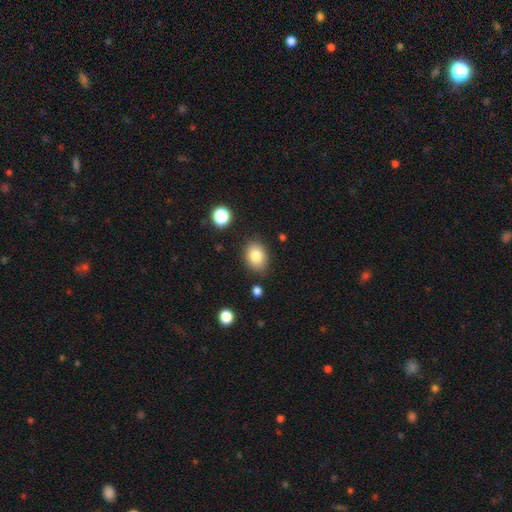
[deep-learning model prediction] Smooth or featured?
  - smooth: 83% *
  - star or artifact: 9%
  - featured or disk: 8%
How rounded?
  - in between: 67% *
  - round: 32%
  - cigar-shaped: 1%
Merging?
  - none: 83% *
  - minor disturbance: 11%
  - major disturbance: 3%
  - merger: 2%